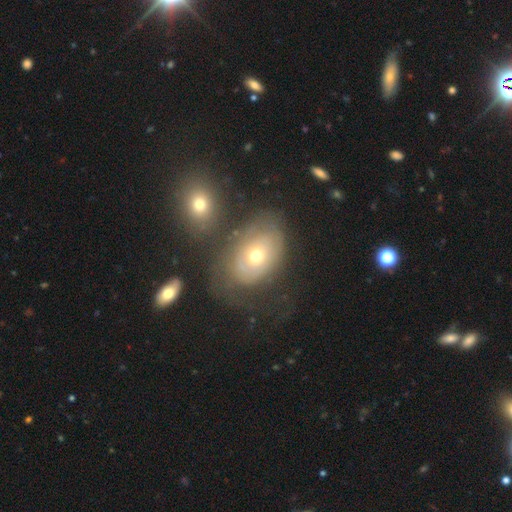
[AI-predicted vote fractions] A featured or disk galaxy (50%). Merging: none (49%).